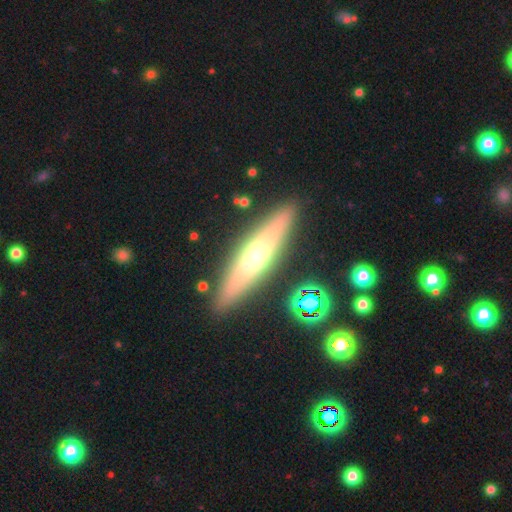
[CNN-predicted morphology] This appears to be a featured or disk galaxy (47%). Merging: none (87%).